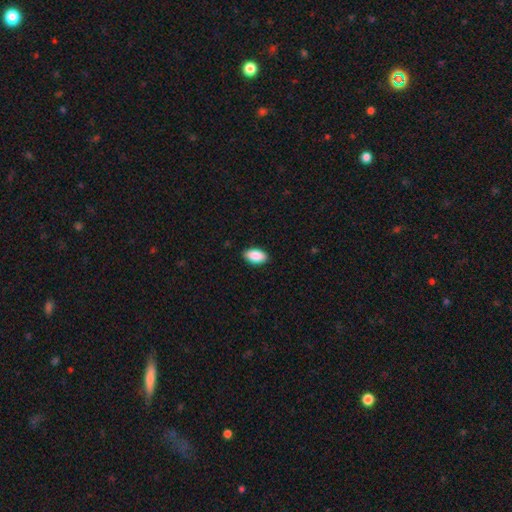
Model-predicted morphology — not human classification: Smooth or featured?
  - smooth: 89% *
  - star or artifact: 6%
  - featured or disk: 4%
How rounded?
  - in between: 94% *
  - round: 4%
  - cigar-shaped: 2%
Merging?
  - none: 89% *
  - minor disturbance: 8%
  - major disturbance: 2%
  - merger: 1%